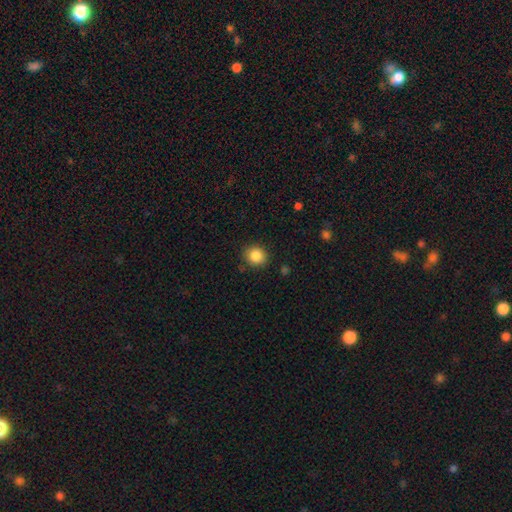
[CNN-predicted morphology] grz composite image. It shows a smooth galaxy with no disk features (86%) that is round (84%). Merging: none (86%).